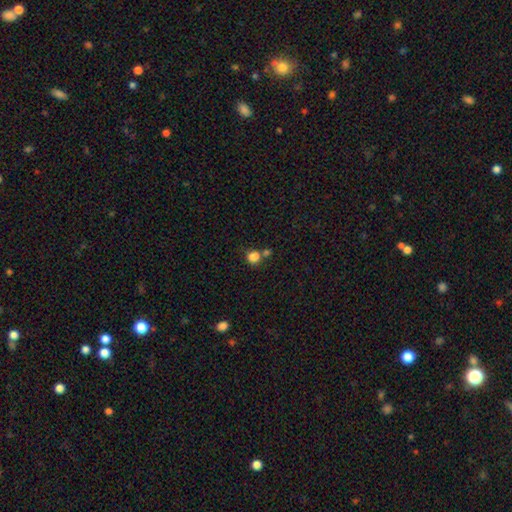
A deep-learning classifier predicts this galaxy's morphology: smooth-or-featured: smooth: 82% | star or artifact: 12% | featured or disk: 6%
  how-rounded: round: 72% | in between: 27% | cigar-shaped: 1%
  merging: none: 48% | merger: 34% | minor disturbance: 12% | major disturbance: 6%